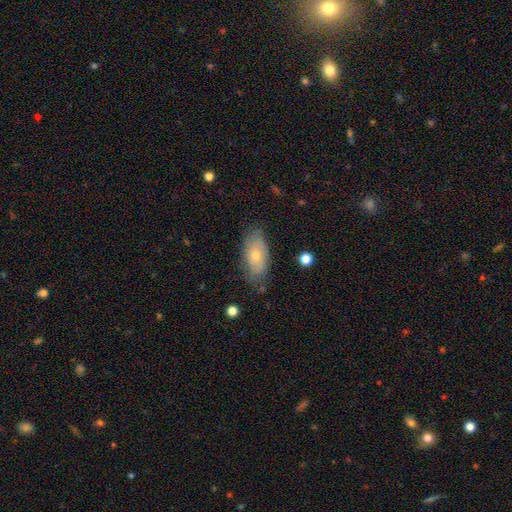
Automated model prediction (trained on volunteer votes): Smooth or featured: smooth — 55% (featured or disk — 37%)
How rounded: in between — 89% (cigar-shaped — 7%)
Merging: none — 75% (minor disturbance — 19%)